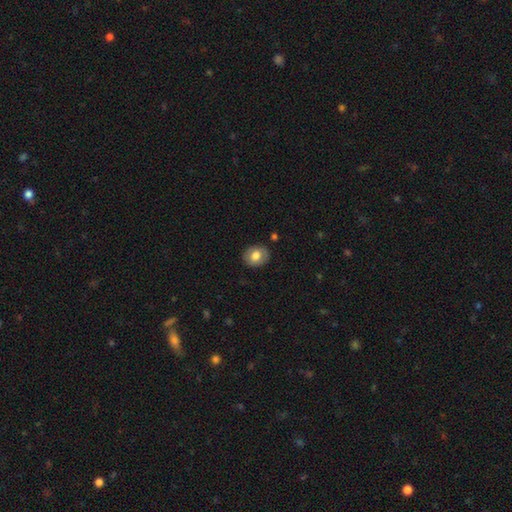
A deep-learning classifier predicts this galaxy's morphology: smooth 75%, featured or disk 18%, star or artifact 7%. Down the decision tree: how rounded — round (55%); merging — none (87%).